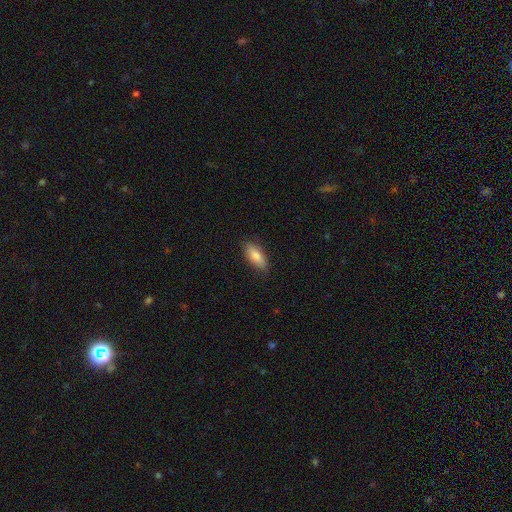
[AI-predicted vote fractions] Overall: smooth (81%). How rounded: in between (76%). Merging: none (83%).